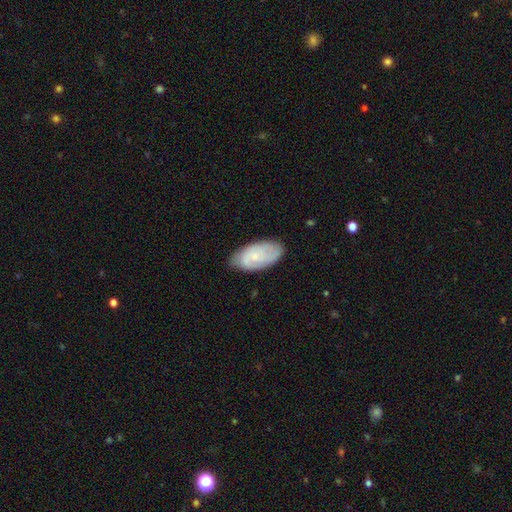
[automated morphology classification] smooth-or-featured: smooth: 47% | featured or disk: 46% | star or artifact: 7%
  merging: none: 76% | minor disturbance: 20% | major disturbance: 4% | merger: 1%